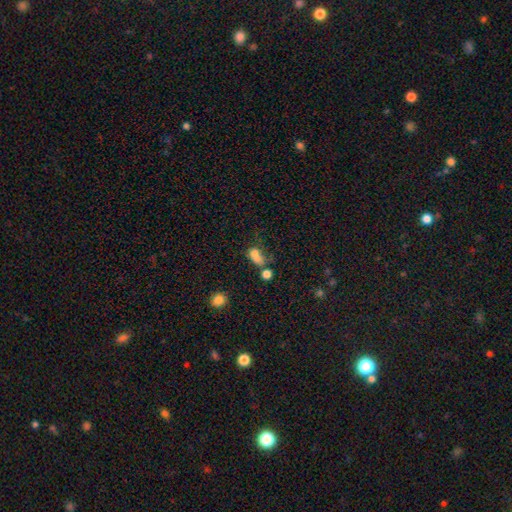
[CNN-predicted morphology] type=smooth (71%); roundness=in between (70%); merging=merger (35%).